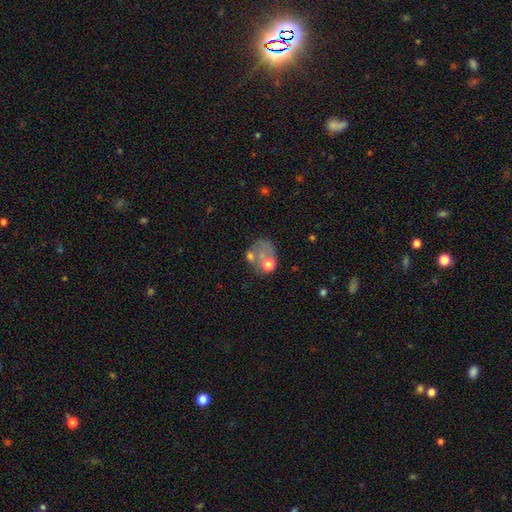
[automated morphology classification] smooth_or_featured: smooth (p=0.50) [alt: featured or disk p=0.34]
how_rounded: round (p=0.56) [alt: in between p=0.43]
merging: merger (p=0.30) [tied with: none p=0.30]